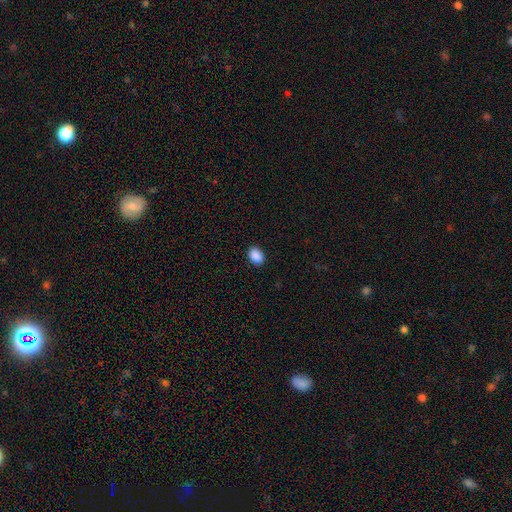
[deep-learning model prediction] Smooth or featured? smooth (90%)
How rounded? in between (71%)
Merging? none (90%)